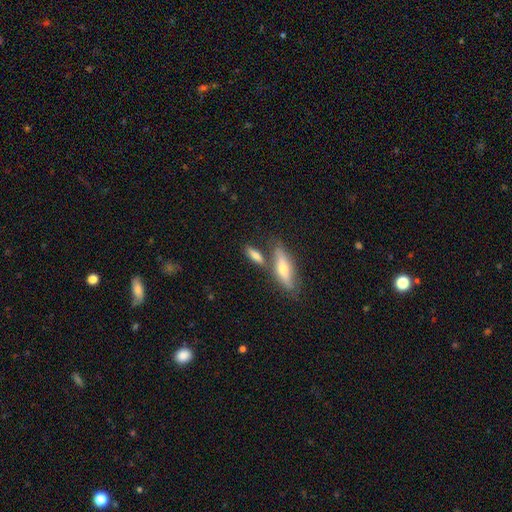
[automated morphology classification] smooth 65%, featured or disk 27%, star or artifact 8%. Down the decision tree: how rounded — in between (51%); merging — none (60%).